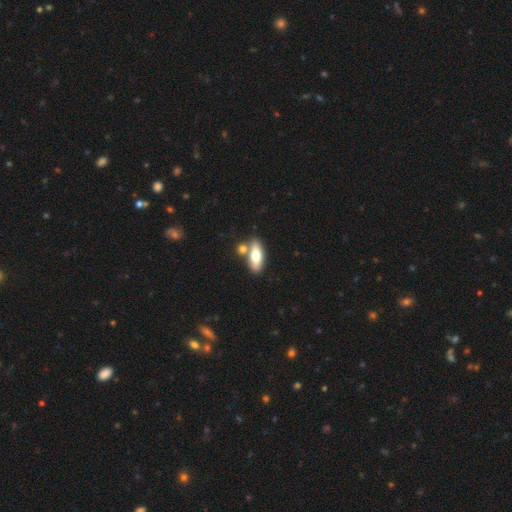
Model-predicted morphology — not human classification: Smooth or featured?
  - smooth: 70% *
  - featured or disk: 24%
  - star or artifact: 6%
How rounded?
  - in between: 76% *
  - cigar-shaped: 20%
  - round: 3%
Merging?
  - none: 63% *
  - merger: 22%
  - minor disturbance: 11%
  - major disturbance: 3%